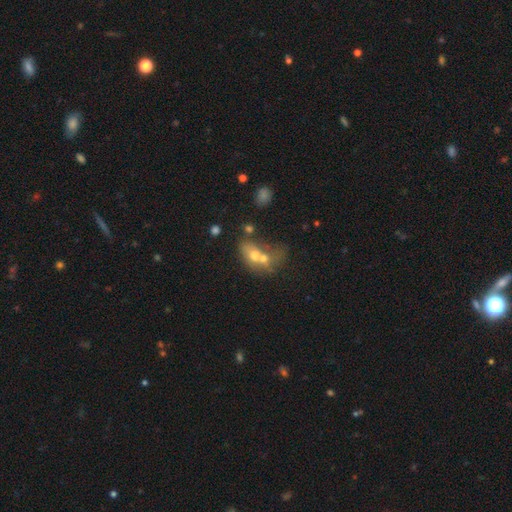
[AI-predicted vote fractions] A smooth galaxy with no disk features (55%) that is in between round and cigar-shaped (63%). Merging: merger (69%).